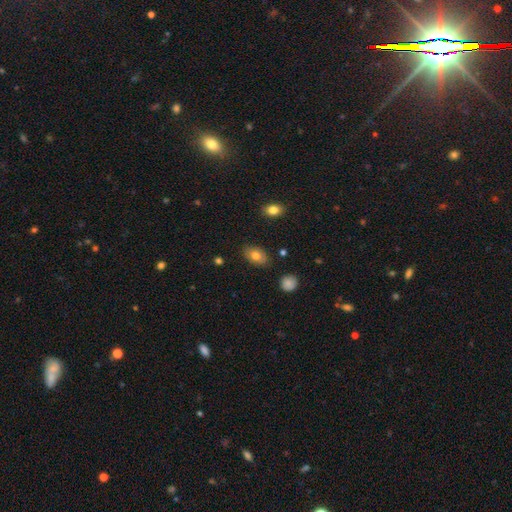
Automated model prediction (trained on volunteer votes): A smooth galaxy with no disk features (77%) that is in between round and cigar-shaped (83%). Merging: none (83%).